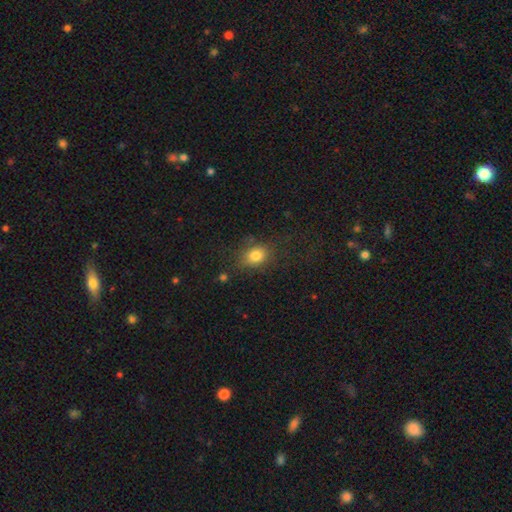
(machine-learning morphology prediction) This is clearly a smooth galaxy (80%). How rounded: possibly in between (54%). Merging: likely none (72%).